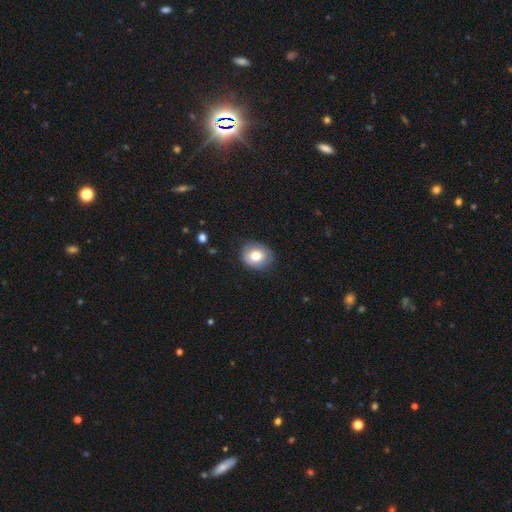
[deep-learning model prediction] A smooth galaxy with no disk features (73%) that is round (65%).

Vote fractions:
- Smooth or featured? smooth: 73% / featured or disk: 18% / star or artifact: 9%
- How rounded? round: 65% / in between: 34% / cigar-shaped: 1%
- Merging? none: 81% / minor disturbance: 14% / major disturbance: 3% / merger: 1%